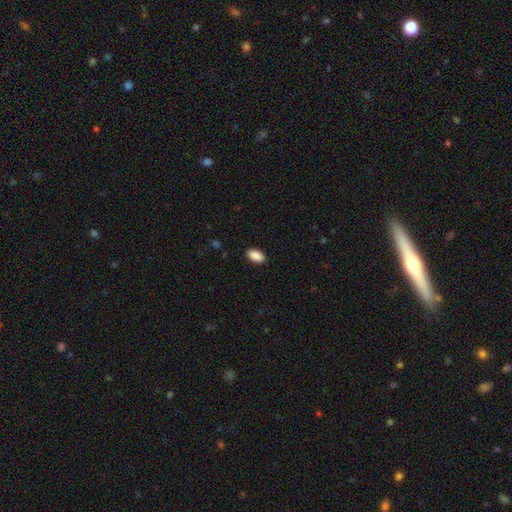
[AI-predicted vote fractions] Morphology: type=smooth (90%); roundness=in between (94%); merging=none (90%).